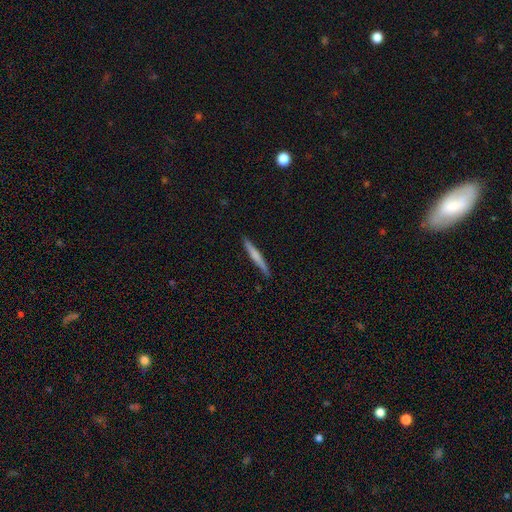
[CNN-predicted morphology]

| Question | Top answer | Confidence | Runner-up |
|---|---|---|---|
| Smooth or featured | smooth | 57% | featured or disk (38%) |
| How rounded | cigar-shaped | 96% | in between (3%) |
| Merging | none | 90% | minor disturbance (7%) |